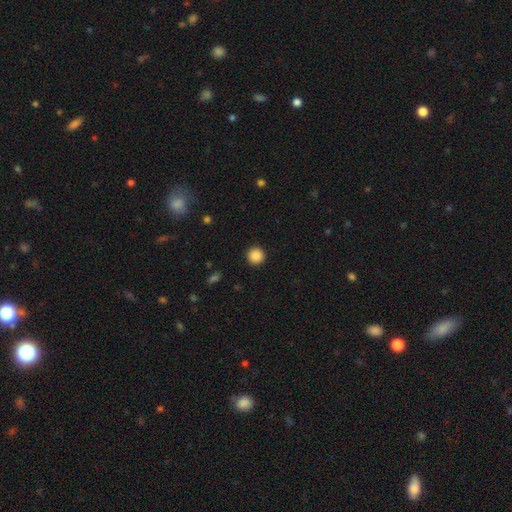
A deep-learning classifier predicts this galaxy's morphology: smooth_or_featured: smooth (p=0.88) [alt: star or artifact p=0.10]
how_rounded: round (p=0.96) [alt: in between p=0.03]
merging: none (p=0.93) [alt: minor disturbance p=0.05]